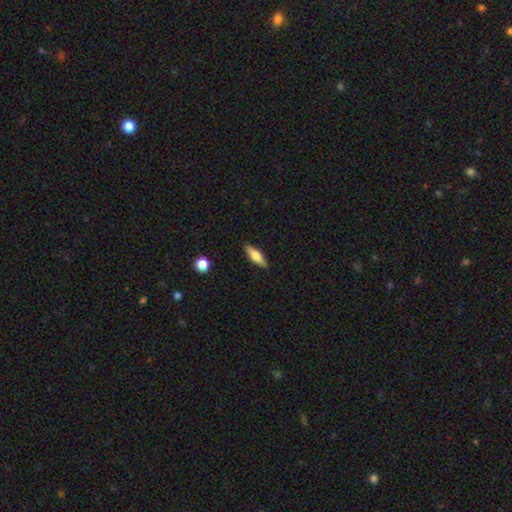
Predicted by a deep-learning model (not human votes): smooth-or-featured: smooth: 57% | featured or disk: 36% | star or artifact: 7%
  how-rounded: cigar-shaped: 52% | in between: 45% | round: 3%
  merging: none: 86% | minor disturbance: 10% | major disturbance: 2% | merger: 1%